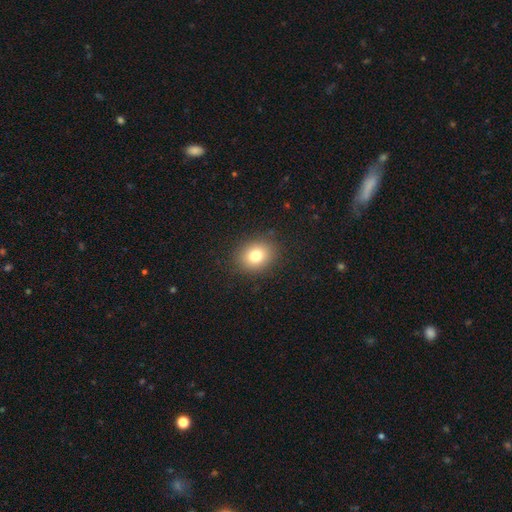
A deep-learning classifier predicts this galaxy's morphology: type=smooth (78%); roundness=round (57%); merging=none (88%).